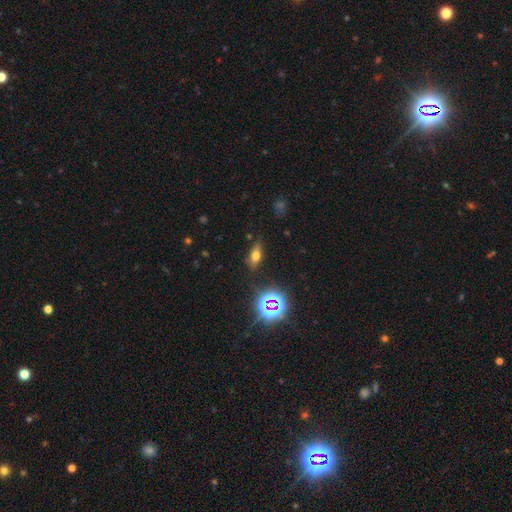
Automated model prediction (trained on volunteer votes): smooth_or_featured: smooth (p=0.59) [alt: star or artifact p=0.22]
how_rounded: in between (p=0.71) [alt: cigar-shaped p=0.19]
merging: none (p=0.81) [alt: minor disturbance p=0.13]